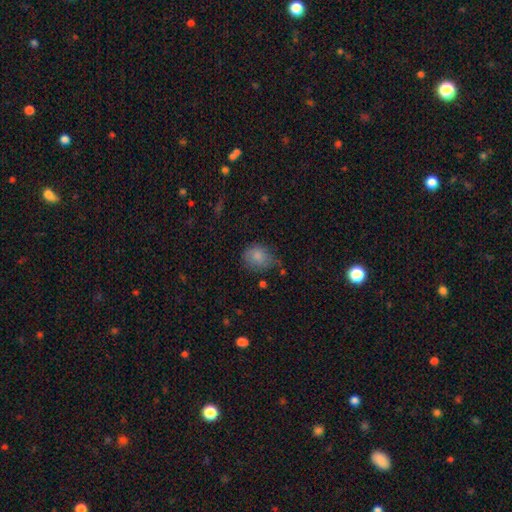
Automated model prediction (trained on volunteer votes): This appears to be a smooth galaxy with no disk features (76%) that is round (60%). Merging: none (58%).